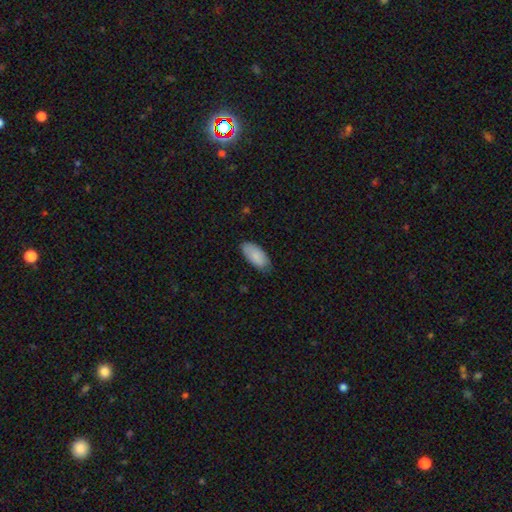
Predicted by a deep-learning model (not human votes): smooth-or-featured: smooth: 87% | featured or disk: 7% | star or artifact: 6%
  how-rounded: in between: 92% | cigar-shaped: 6% | round: 2%
  merging: none: 74% | minor disturbance: 22% | major disturbance: 3% | merger: 1%